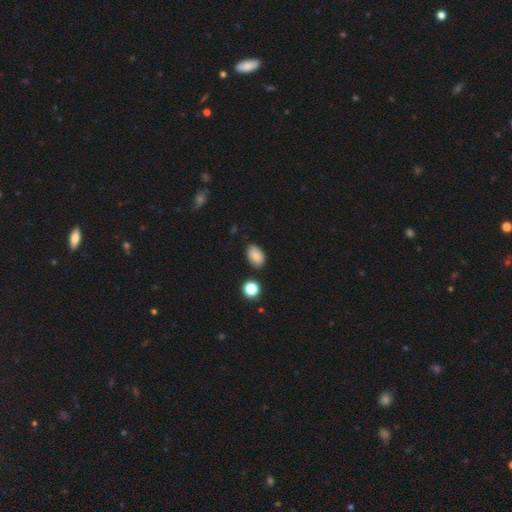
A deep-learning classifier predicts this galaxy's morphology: A smooth galaxy with no disk features (84%) that is in between round and cigar-shaped (88%).

Vote fractions:
- Smooth or featured? smooth: 84% / star or artifact: 9% / featured or disk: 7%
- How rounded? in between: 88% / round: 10% / cigar-shaped: 1%
- Merging? none: 82% / minor disturbance: 13% / merger: 3% / major disturbance: 3%